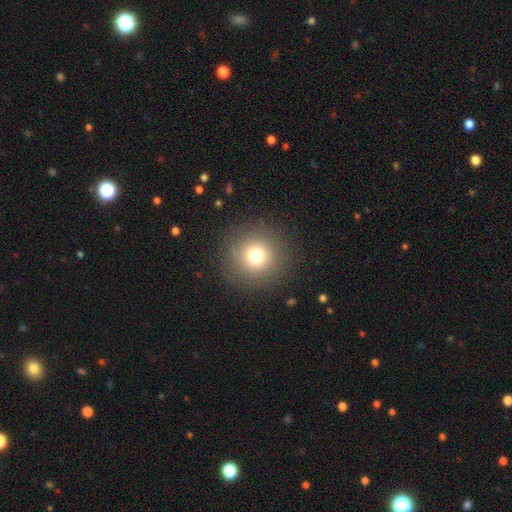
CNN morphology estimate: smooth-or-featured: smooth: 74% | star or artifact: 15% | featured or disk: 10%
  how-rounded: round: 96% | in between: 3% | cigar-shaped: 1%
  merging: none: 90% | minor disturbance: 6% | major disturbance: 3% | merger: 1%